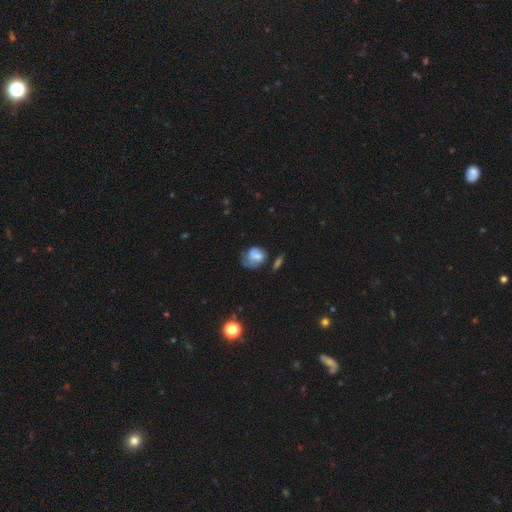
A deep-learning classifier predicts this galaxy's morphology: This appears to be a smooth galaxy with no disk features (51%) that is round (56%). Merging: none (40%).